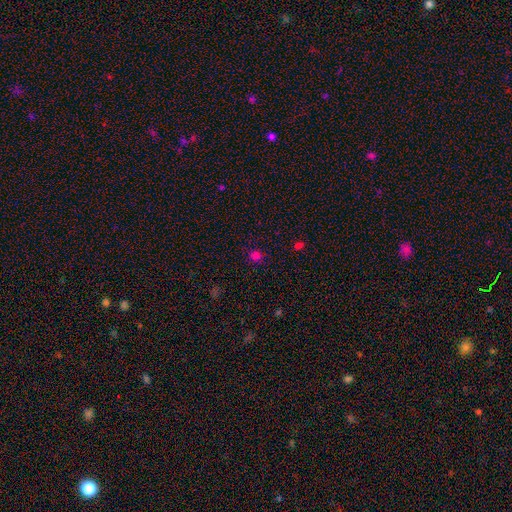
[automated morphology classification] smooth_or_featured: smooth (p=0.75) [alt: star or artifact p=0.22]
how_rounded: round (p=0.80) [alt: in between p=0.19]
merging: none (p=0.86) [alt: minor disturbance p=0.09]